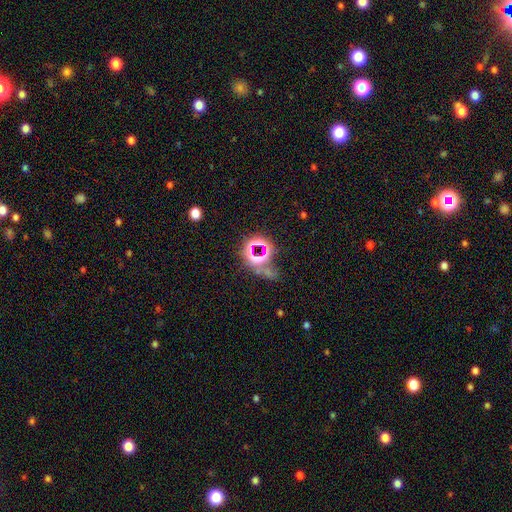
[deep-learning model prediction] Overall: star or artifact (68%).